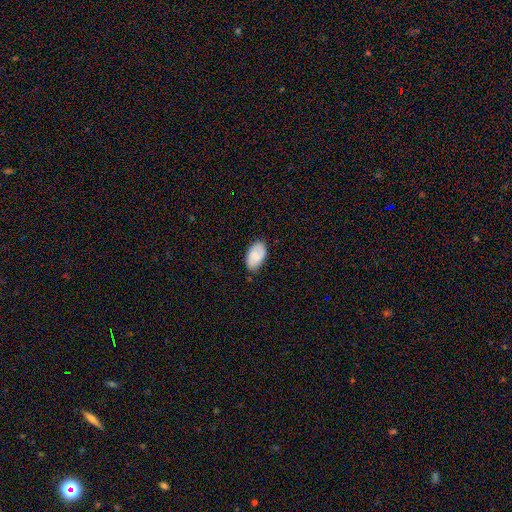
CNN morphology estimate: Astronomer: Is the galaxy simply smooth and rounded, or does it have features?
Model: smooth — 70%.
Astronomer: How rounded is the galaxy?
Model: in between — 94%.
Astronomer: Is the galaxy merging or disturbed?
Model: none — 77%.